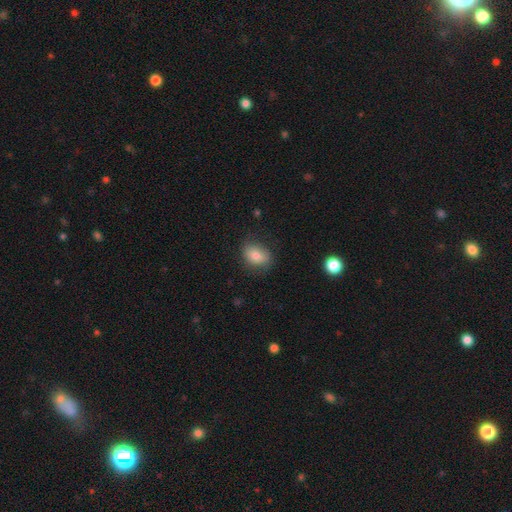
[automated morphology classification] Smooth or featured?
  - smooth: 77% *
  - featured or disk: 14%
  - star or artifact: 9%
How rounded?
  - in between: 70% *
  - round: 29%
  - cigar-shaped: 1%
Merging?
  - none: 76% *
  - minor disturbance: 18%
  - major disturbance: 5%
  - merger: 1%